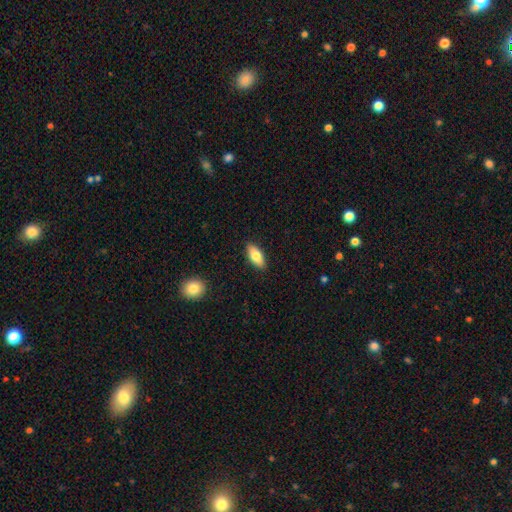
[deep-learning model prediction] This appears to be a smooth galaxy with no disk features (77%) that is in between round and cigar-shaped (82%). Merging: none (90%).